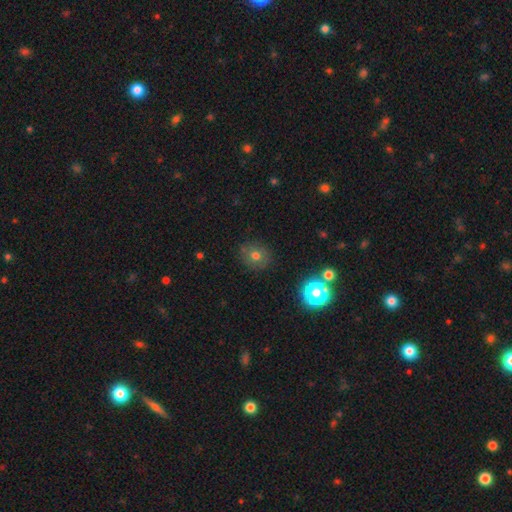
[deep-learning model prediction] Q: Smooth or featured?
A: smooth (68%); runner-up: star or artifact (19%)
Q: How rounded?
A: round (82%); runner-up: in between (17%)
Q: Merging?
A: none (83%); runner-up: minor disturbance (11%)